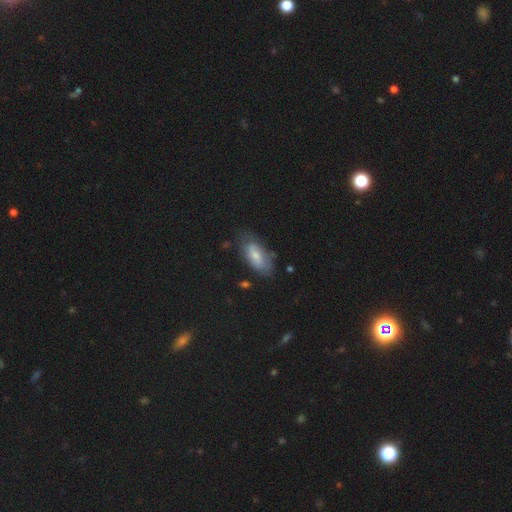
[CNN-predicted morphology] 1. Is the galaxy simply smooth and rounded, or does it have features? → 65% smooth, 27% featured or disk, 8% star or artifact.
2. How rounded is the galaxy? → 87% in between, 11% cigar-shaped, 3% round.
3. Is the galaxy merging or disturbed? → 62% none, 27% minor disturbance, 8% major disturbance, 3% merger.